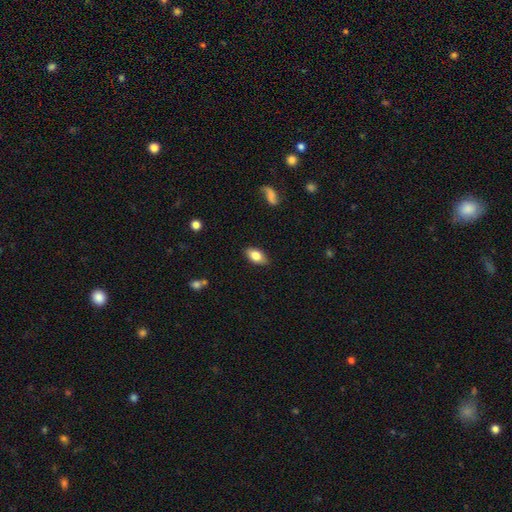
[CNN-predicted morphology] A smooth galaxy with no disk features (79%) that is in between round and cigar-shaped (91%).

Vote fractions:
- Smooth or featured? smooth: 79% / featured or disk: 14% / star or artifact: 7%
- How rounded? in between: 91% / round: 5% / cigar-shaped: 4%
- Merging? none: 86% / minor disturbance: 11% / major disturbance: 2% / merger: 1%